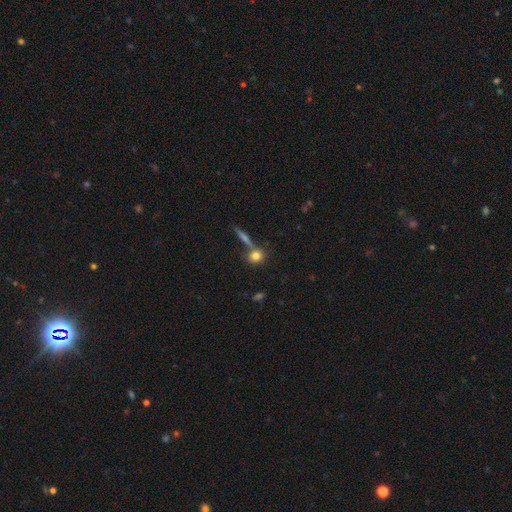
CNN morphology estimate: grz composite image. It shows a smooth galaxy with no disk features (77%) that is round (74%). Merging: none (63%).